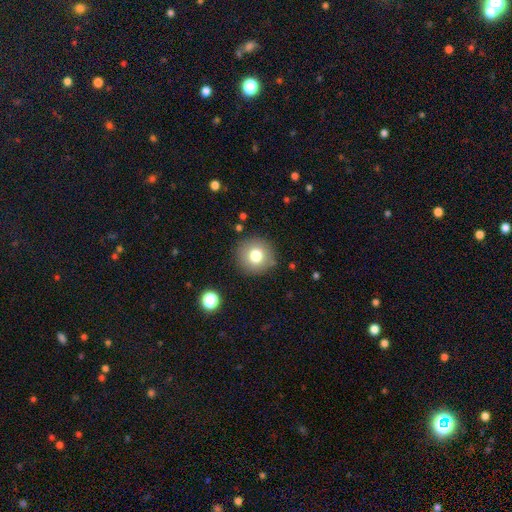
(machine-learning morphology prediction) type=smooth (77%); roundness=round (95%); merging=none (88%).